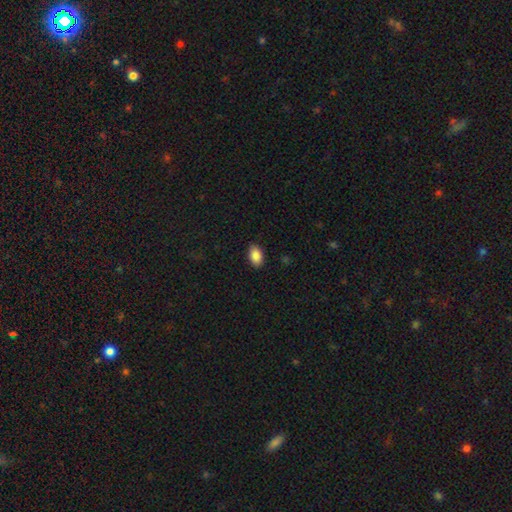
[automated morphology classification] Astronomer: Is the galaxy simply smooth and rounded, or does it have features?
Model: smooth — 88%.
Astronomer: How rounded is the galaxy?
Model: in between — 91%.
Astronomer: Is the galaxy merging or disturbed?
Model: none — 87%.